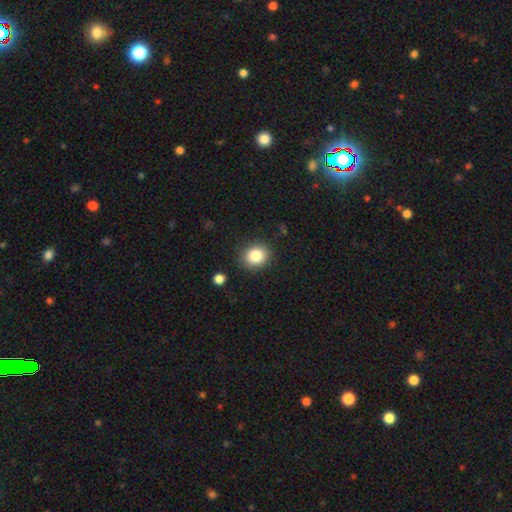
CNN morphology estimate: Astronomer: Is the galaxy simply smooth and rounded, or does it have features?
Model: smooth — 84%.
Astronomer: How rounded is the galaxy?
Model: round — 68%.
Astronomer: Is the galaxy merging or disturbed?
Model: none — 87%.